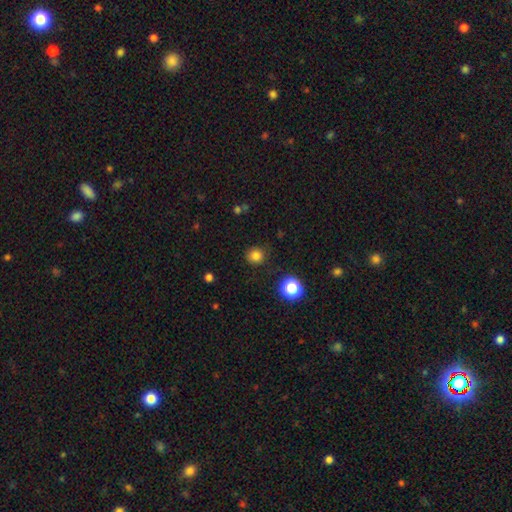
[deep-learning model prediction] Smooth or featured? Predicted: smooth (p=0.82). How rounded? Predicted: round (p=0.90). Merging? Predicted: none (p=0.86).